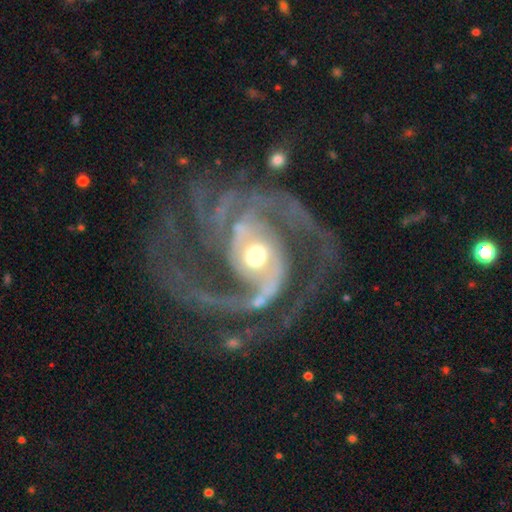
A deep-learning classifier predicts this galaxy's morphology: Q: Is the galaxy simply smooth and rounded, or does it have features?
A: featured or disk — 92%.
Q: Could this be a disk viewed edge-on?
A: no — 98%.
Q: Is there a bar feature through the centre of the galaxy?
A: no — 44%.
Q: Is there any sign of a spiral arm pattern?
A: yes — 98%.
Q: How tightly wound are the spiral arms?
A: medium — 49%.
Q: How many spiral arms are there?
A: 2 — 58%.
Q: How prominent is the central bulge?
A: moderate — 69%.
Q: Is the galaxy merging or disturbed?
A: none — 61%.